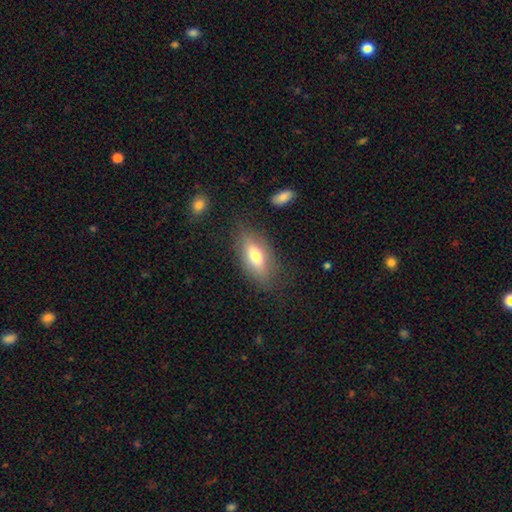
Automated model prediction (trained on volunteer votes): This is likely a smooth galaxy (68%). How rounded: clearly in between (81%). Merging: likely none (76%).